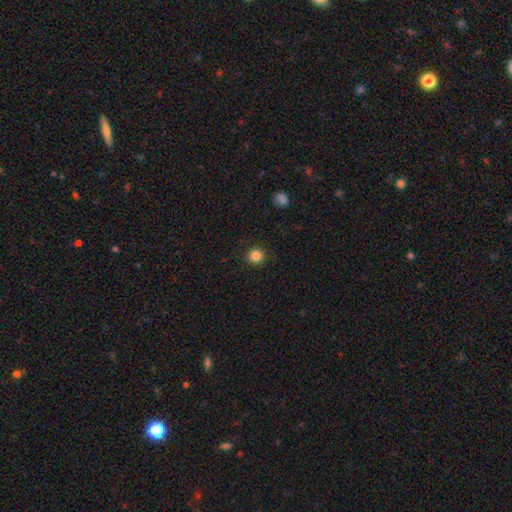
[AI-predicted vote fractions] A smooth galaxy with no disk features (85%) that is round (94%). Merging: none (92%).